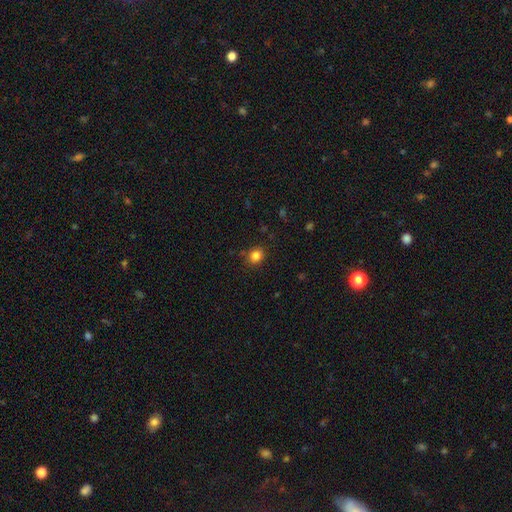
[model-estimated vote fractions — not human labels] smooth-or-featured: smooth: 84% | star or artifact: 12% | featured or disk: 4%
  how-rounded: round: 69% | in between: 30% | cigar-shaped: 1%
  merging: none: 86% | minor disturbance: 9% | major disturbance: 3% | merger: 2%